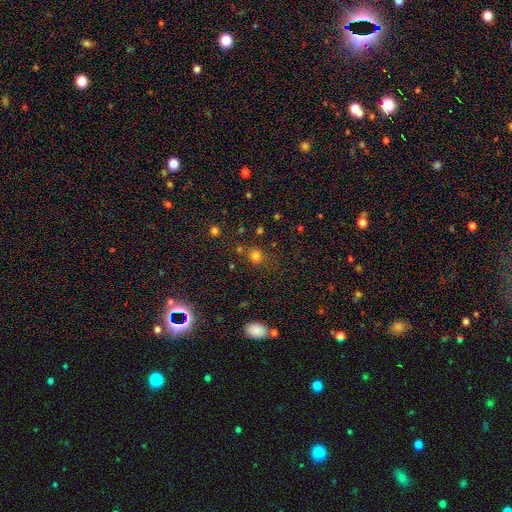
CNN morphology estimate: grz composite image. It shows a smooth galaxy with no disk features (75%) that is round (78%). Merging: none (74%).